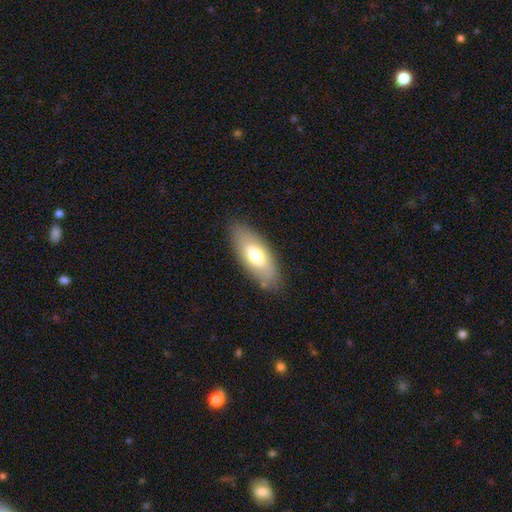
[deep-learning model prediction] smooth_or_featured: smooth (p=0.67) [alt: featured or disk p=0.27]
how_rounded: in between (p=0.82) [alt: cigar-shaped p=0.16]
merging: none (p=0.83) [alt: minor disturbance p=0.12]